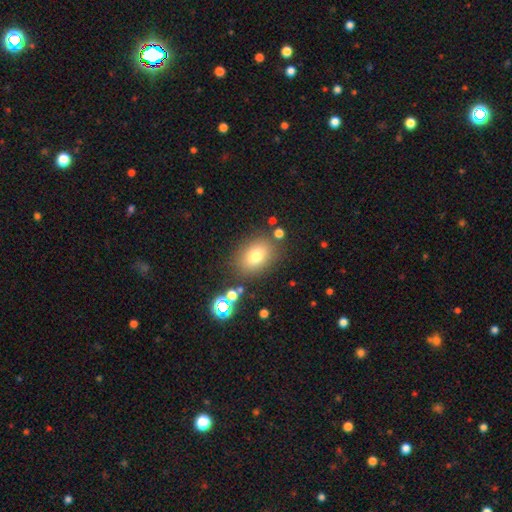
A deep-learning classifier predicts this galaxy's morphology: Smooth or featured? smooth (75%)
How rounded? in between (69%)
Merging? none (80%)